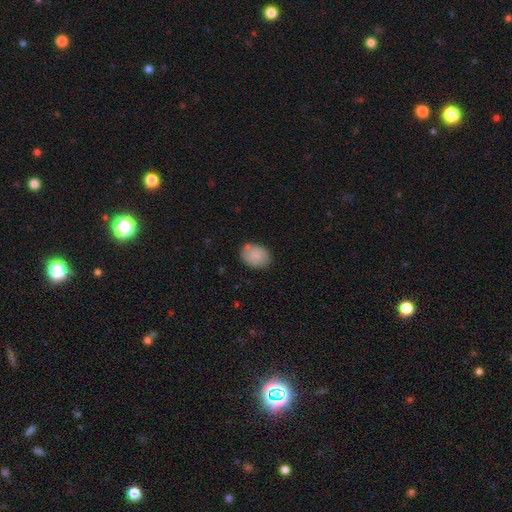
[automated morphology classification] Q: Smooth or featured?
A: smooth (82%); runner-up: featured or disk (11%)
Q: How rounded?
A: in between (63%); runner-up: round (37%)
Q: Merging?
A: none (75%); runner-up: minor disturbance (16%)